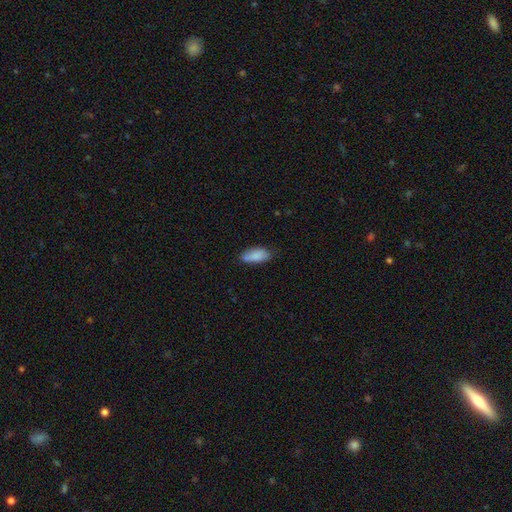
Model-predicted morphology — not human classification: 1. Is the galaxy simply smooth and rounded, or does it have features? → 86% smooth, 7% featured or disk, 7% star or artifact.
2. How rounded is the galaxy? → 83% in between, 15% cigar-shaped, 2% round.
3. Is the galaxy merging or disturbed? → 73% none, 21% minor disturbance, 3% major disturbance, 2% merger.